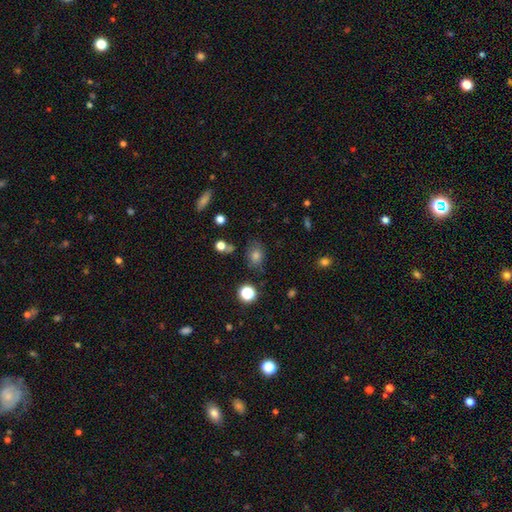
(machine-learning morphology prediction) smooth_or_featured: smooth (p=0.73) [alt: star or artifact p=0.18]
how_rounded: in between (p=0.57) [alt: round p=0.42]
merging: none (p=0.74) [alt: minor disturbance p=0.17]